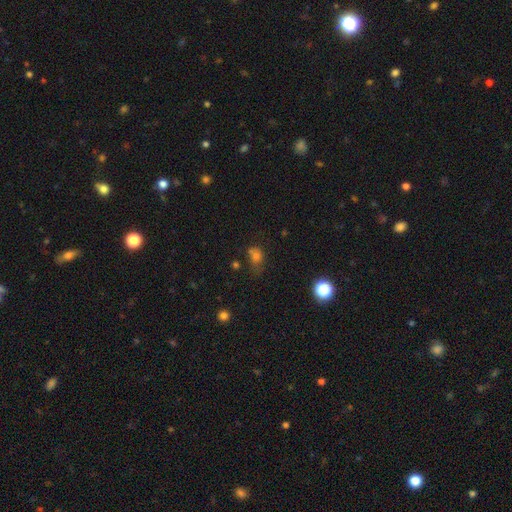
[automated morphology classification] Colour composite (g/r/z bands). It shows a smooth galaxy with no disk features (67%) that is in between round and cigar-shaped (53%). Merging: none (41%).